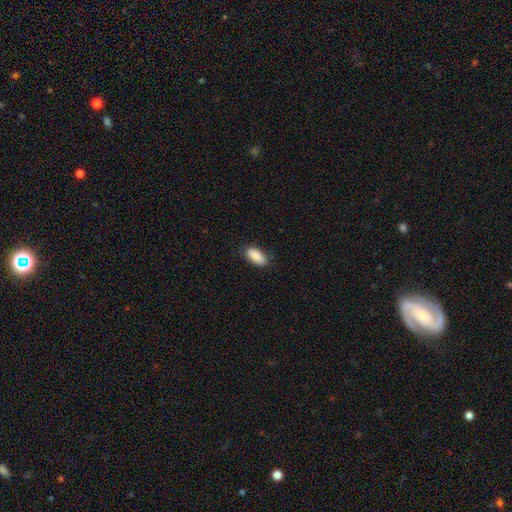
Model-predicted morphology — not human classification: Overall: smooth (88%). How rounded: in between (90%). Merging: none (83%).